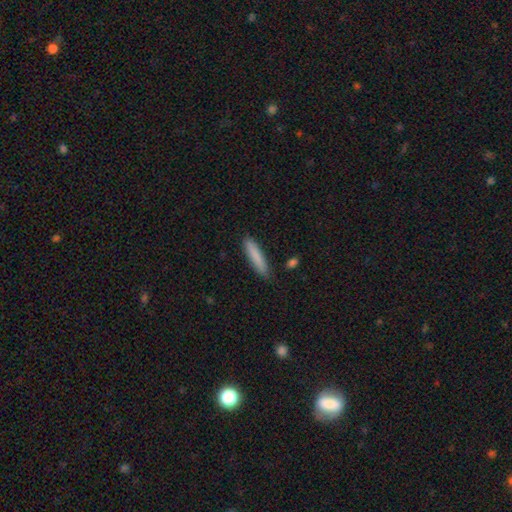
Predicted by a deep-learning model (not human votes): The model was most divided on "smooth or featured": smooth: 84%, featured or disk: 10%, star or artifact: 6%. More confident: how rounded — cigar-shaped (87%); merging — none (86%).